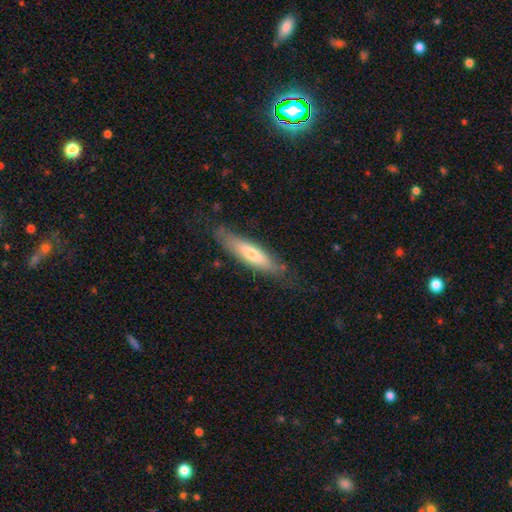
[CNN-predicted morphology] smooth 63%, featured or disk 31%, star or artifact 6%. Down the decision tree: how rounded — cigar-shaped (73%); merging — none (74%).